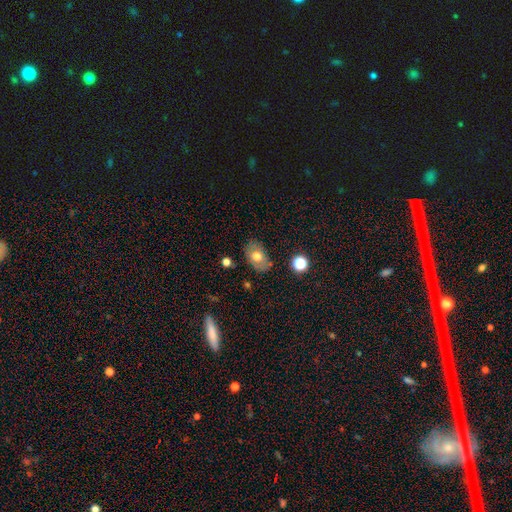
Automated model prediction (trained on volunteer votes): Q: Smooth or featured?
A: smooth (66%); runner-up: featured or disk (25%)
Q: How rounded?
A: in between (83%); runner-up: round (15%)
Q: Merging?
A: none (74%); runner-up: minor disturbance (18%)